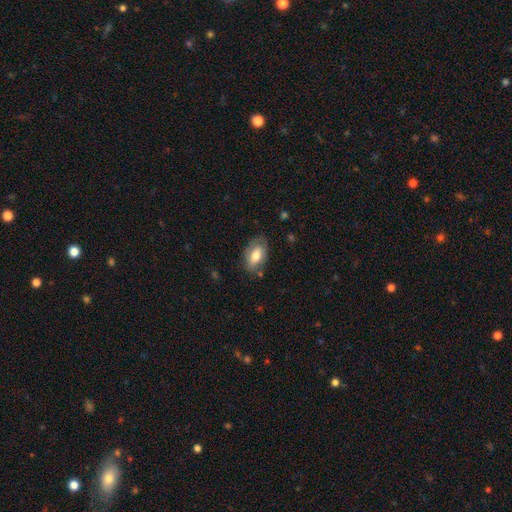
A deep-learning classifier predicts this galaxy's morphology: Smooth or featured? Predicted: smooth (p=0.69). How rounded? Predicted: in between (p=0.92). Merging? Predicted: none (p=0.72).